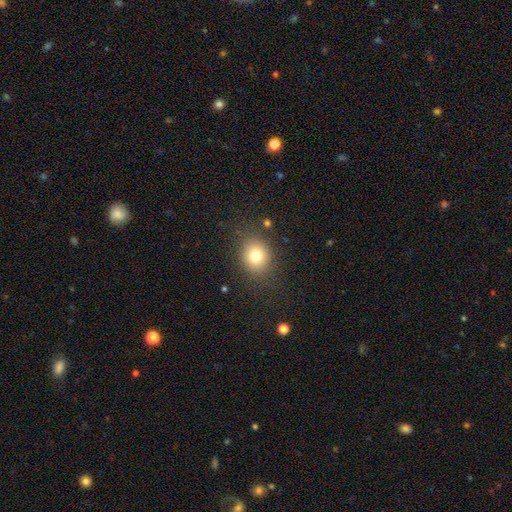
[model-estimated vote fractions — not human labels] A smooth galaxy with no disk features (78%) that is round (67%). Merging: none (83%).